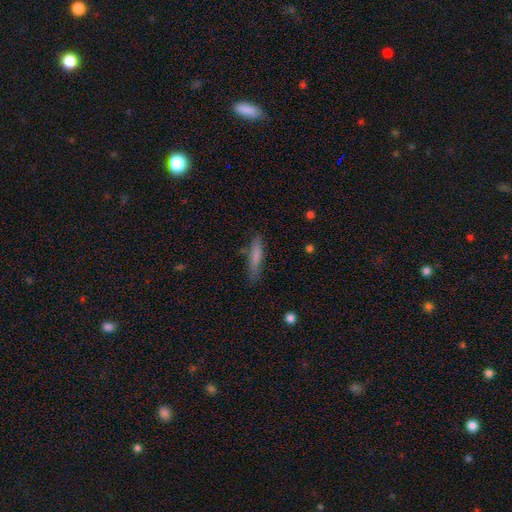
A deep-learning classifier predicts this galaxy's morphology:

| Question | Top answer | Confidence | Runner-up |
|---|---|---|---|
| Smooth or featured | smooth | 75% | featured or disk (19%) |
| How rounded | cigar-shaped | 84% | in between (15%) |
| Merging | none | 79% | minor disturbance (15%) |